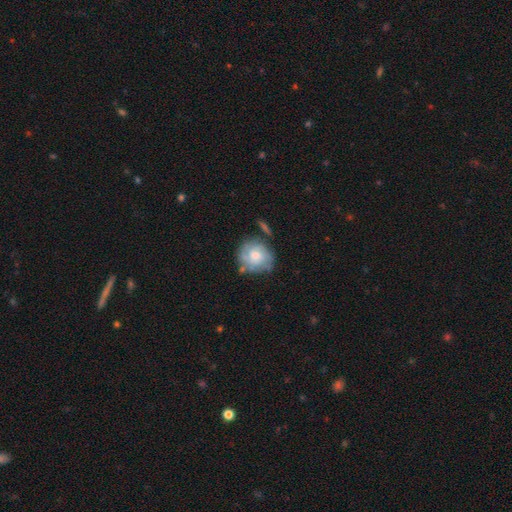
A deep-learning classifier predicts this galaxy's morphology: Smooth or featured? Predicted: featured or disk (p=0.48). Merging? Predicted: none (p=0.63).